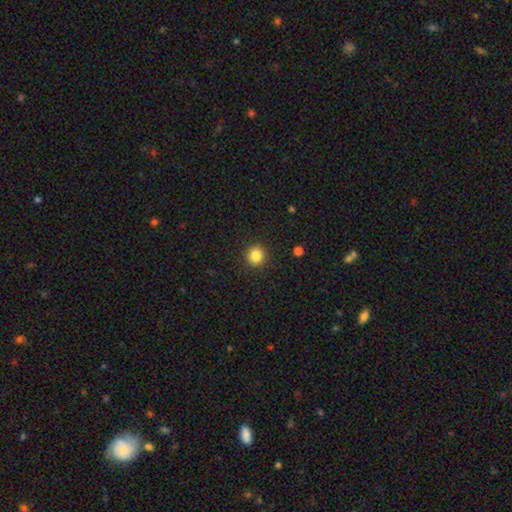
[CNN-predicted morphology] Smooth or featured? smooth (84%)
How rounded? round (93%)
Merging? none (92%)